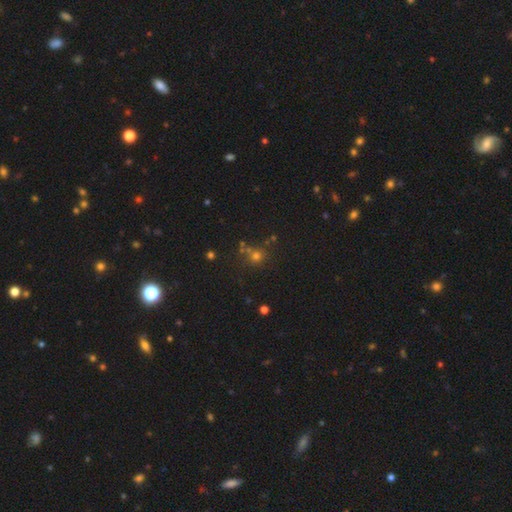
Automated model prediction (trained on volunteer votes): smooth 54%, star or artifact 35%, featured or disk 10%. Down the decision tree: how rounded — round (88%); merging — none (64%).